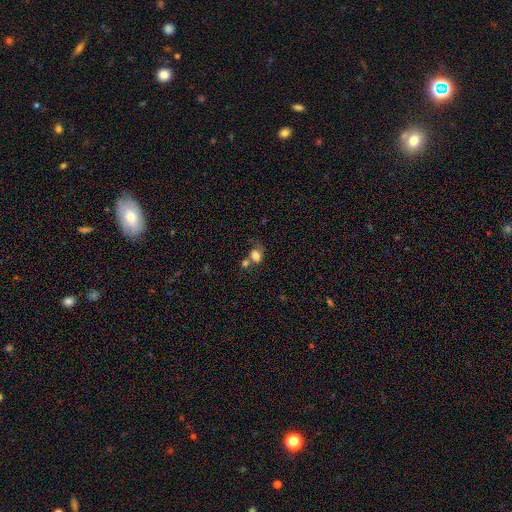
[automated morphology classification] smooth-or-featured: smooth: 76% | featured or disk: 13% | star or artifact: 11%
  how-rounded: in between: 54% | round: 45% | cigar-shaped: 1%
  merging: merger: 43% | none: 30% | minor disturbance: 15% | major disturbance: 12%